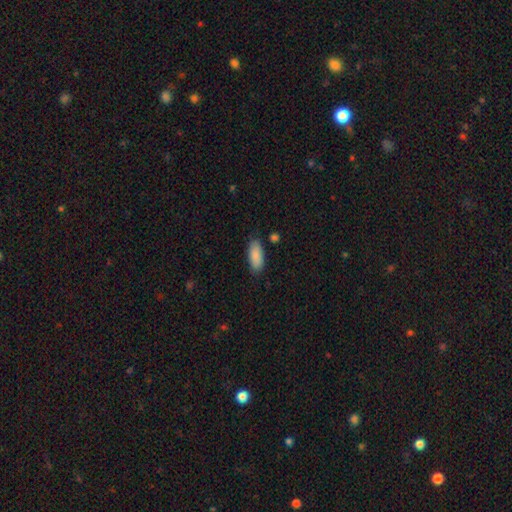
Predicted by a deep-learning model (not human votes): smooth_or_featured: smooth (p=0.88) [alt: star or artifact p=0.06]
how_rounded: in between (p=0.86) [alt: cigar-shaped p=0.12]
merging: none (p=0.81) [alt: minor disturbance p=0.14]